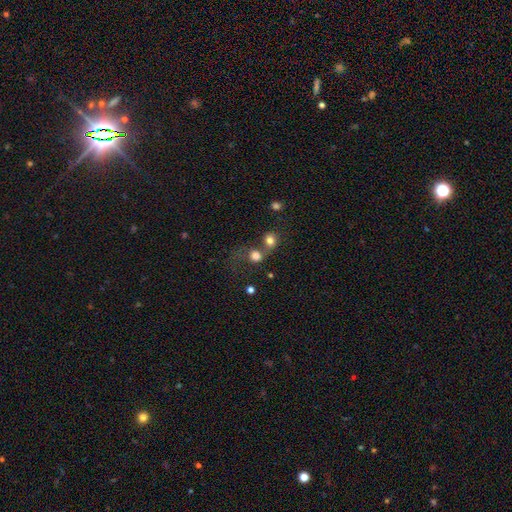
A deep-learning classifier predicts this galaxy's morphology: Smooth or featured? smooth (75%)
How rounded? round (78%)
Merging? merger (53%)